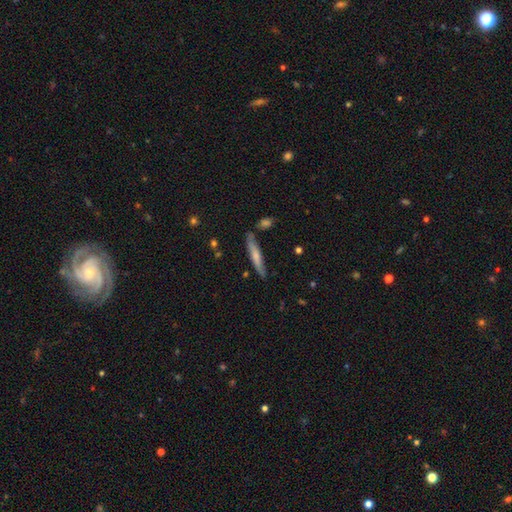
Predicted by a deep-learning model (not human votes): This is possibly a smooth galaxy (57%). How rounded: clearly cigar-shaped (92%). Merging: likely none (80%).